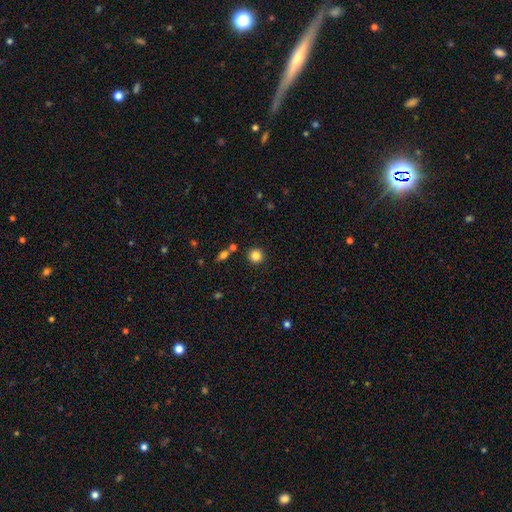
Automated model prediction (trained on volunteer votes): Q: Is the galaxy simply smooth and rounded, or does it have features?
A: smooth — 85%.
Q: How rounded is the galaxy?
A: round — 93%.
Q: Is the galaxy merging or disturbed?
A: none — 87%.